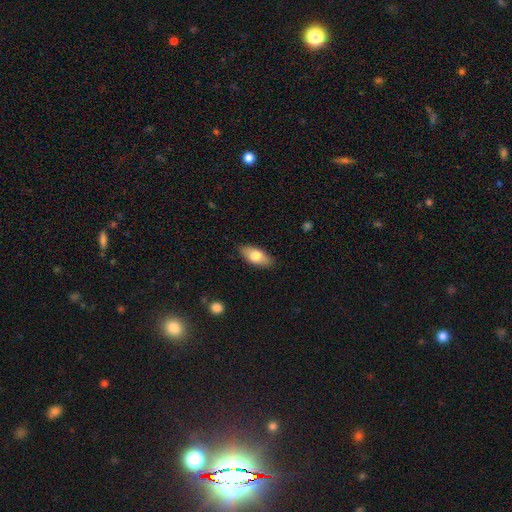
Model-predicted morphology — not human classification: Smooth or featured?
  - smooth: 75% *
  - featured or disk: 19%
  - star or artifact: 6%
How rounded?
  - in between: 88% *
  - cigar-shaped: 9%
  - round: 3%
Merging?
  - none: 86% *
  - minor disturbance: 11%
  - major disturbance: 2%
  - merger: 1%